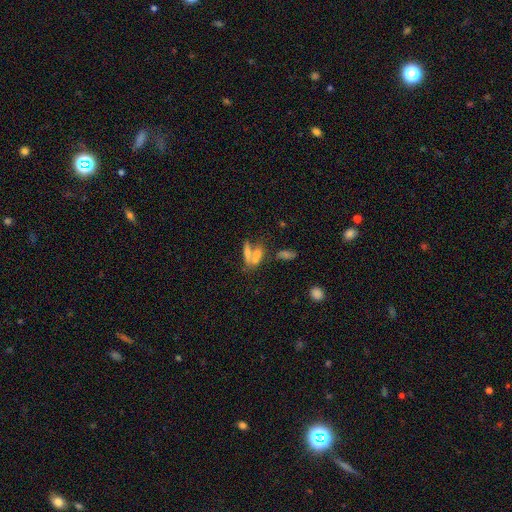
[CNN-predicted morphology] smooth 52%, featured or disk 26%, star or artifact 22%. Down the decision tree: how rounded — in between (56%); merging — merger (47%).